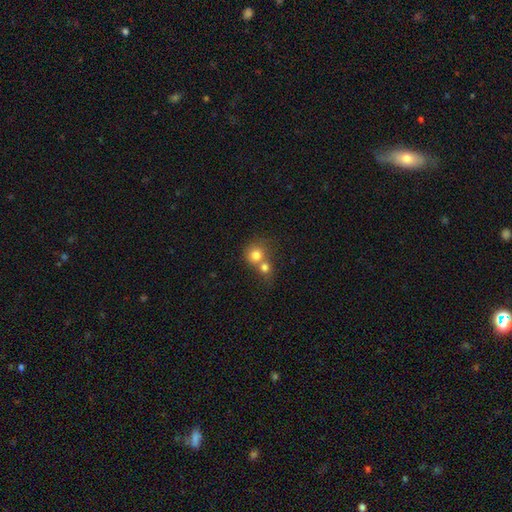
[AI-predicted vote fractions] Smooth or featured? Predicted: smooth (p=0.77). How rounded? Predicted: round (p=0.82). Merging? Predicted: merger (p=0.62).